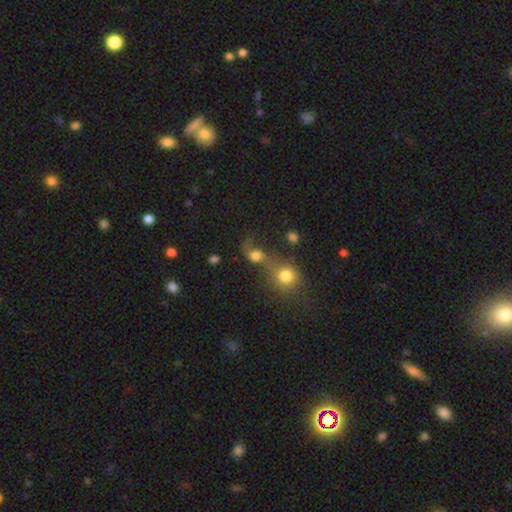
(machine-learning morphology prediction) smooth-or-featured: smooth: 60% | featured or disk: 23% | star or artifact: 17%
  how-rounded: round: 58% | in between: 39% | cigar-shaped: 3%
  merging: merger: 55% | none: 22% | major disturbance: 14% | minor disturbance: 9%